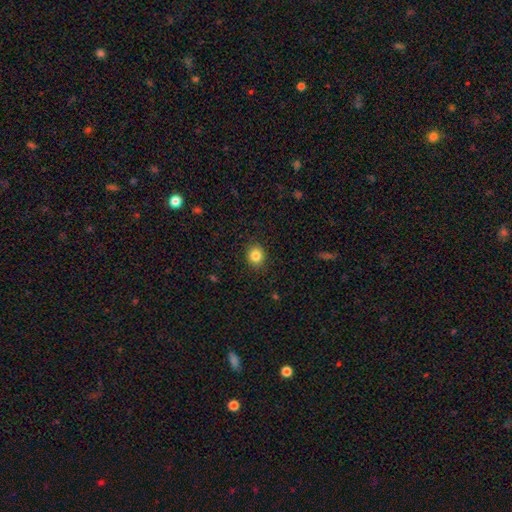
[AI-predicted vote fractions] The model was most divided on "how rounded": round: 84%, in between: 16%, cigar-shaped: 1%. More confident: merging — none (90%); smooth or featured — smooth (84%).